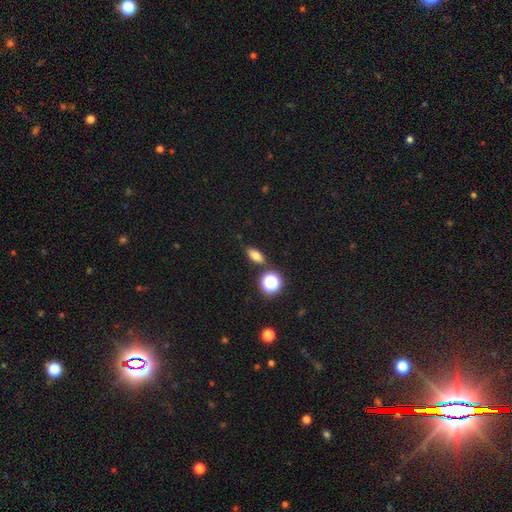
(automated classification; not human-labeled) Q: Smooth or featured?
A: smooth (74%); runner-up: star or artifact (15%)
Q: How rounded?
A: in between (74%); runner-up: round (15%)
Q: Merging?
A: none (80%); runner-up: minor disturbance (11%)